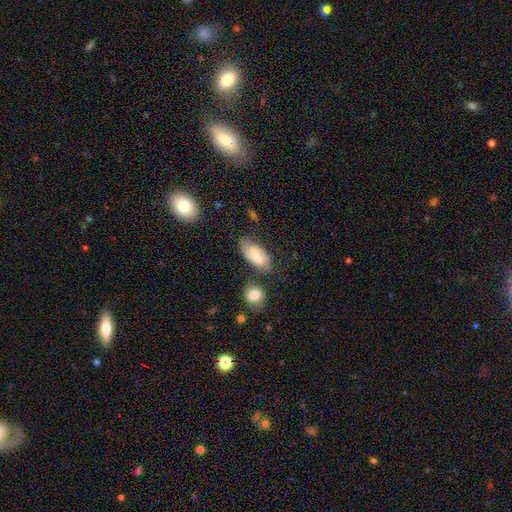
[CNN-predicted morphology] This is likely a smooth galaxy (65%). How rounded: clearly in between (89%). Merging: likely none (64%).